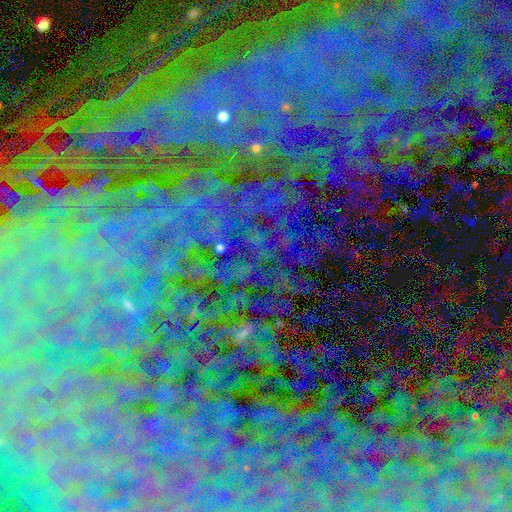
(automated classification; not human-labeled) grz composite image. It shows a star or artifact, not a galaxy (82%).